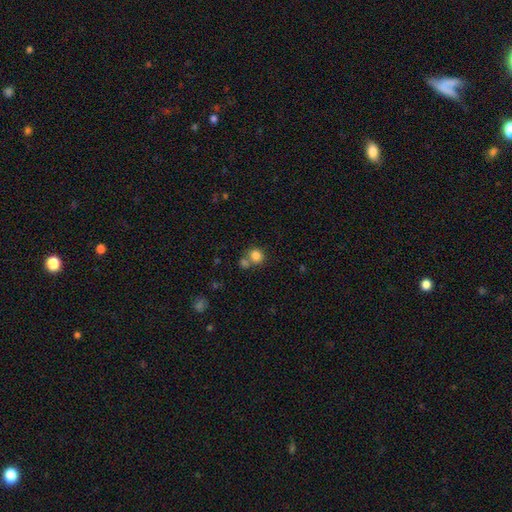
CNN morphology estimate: Smooth or featured: smooth — 82% (star or artifact — 11%)
How rounded: round — 79% (in between — 20%)
Merging: none — 50% (merger — 37%)